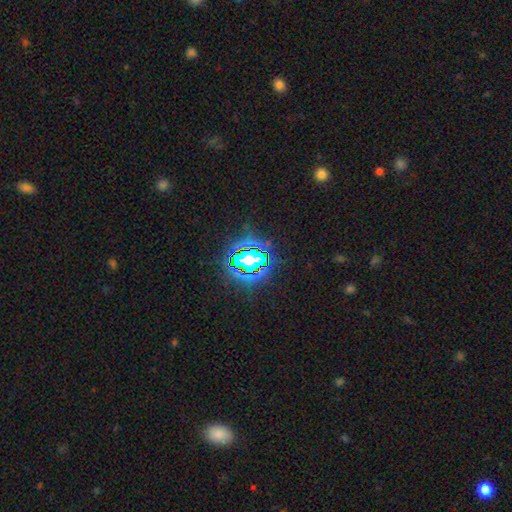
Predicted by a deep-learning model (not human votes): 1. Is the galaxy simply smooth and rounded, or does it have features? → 78% star or artifact, 14% smooth, 8% featured or disk.